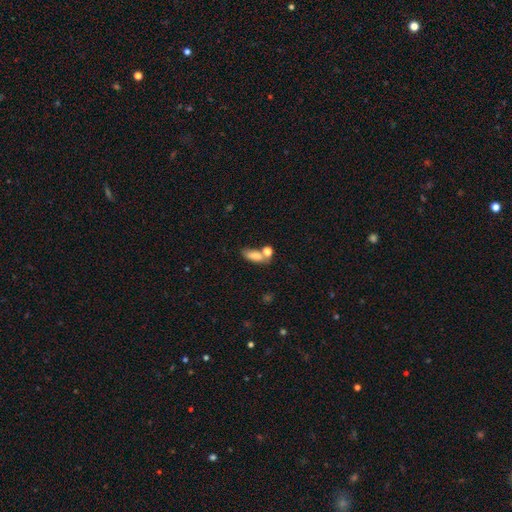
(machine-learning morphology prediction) Smooth or featured: smooth — 79% (featured or disk — 11%)
How rounded: in between — 77% (cigar-shaped — 16%)
Merging: none — 48% (merger — 28%)